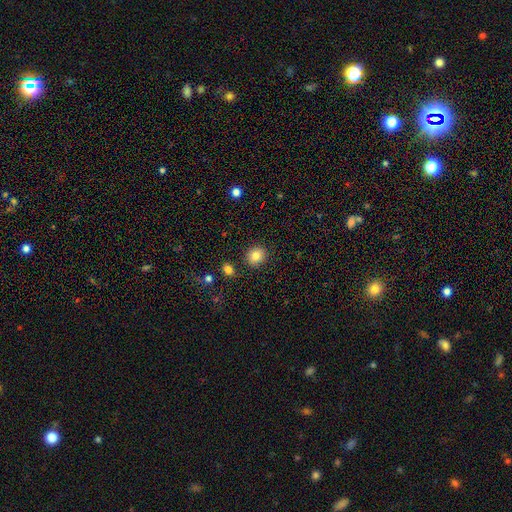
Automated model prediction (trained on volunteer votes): Smooth or featured?
  - smooth: 82% *
  - star or artifact: 10%
  - featured or disk: 7%
How rounded?
  - round: 80% *
  - in between: 19%
  - cigar-shaped: 1%
Merging?
  - none: 88% *
  - minor disturbance: 7%
  - merger: 3%
  - major disturbance: 2%